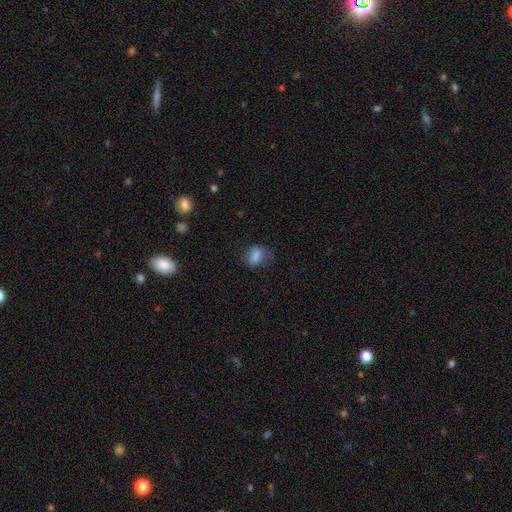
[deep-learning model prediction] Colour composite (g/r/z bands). It shows a smooth galaxy with no disk features (80%) that is in between round and cigar-shaped (74%). Merging: none (60%).